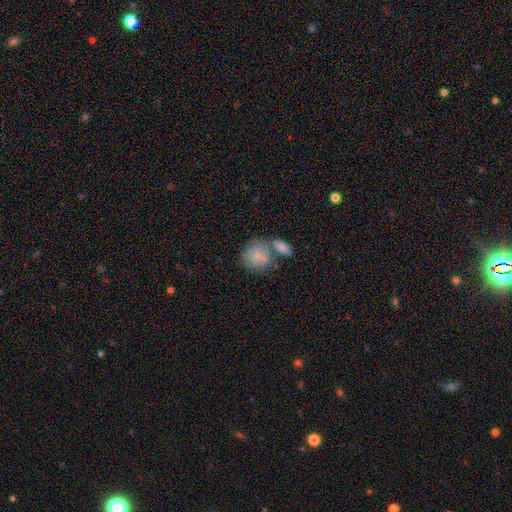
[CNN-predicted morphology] This is likely a smooth galaxy (76%). How rounded: likely round (73%). Merging: marginally none (44%).